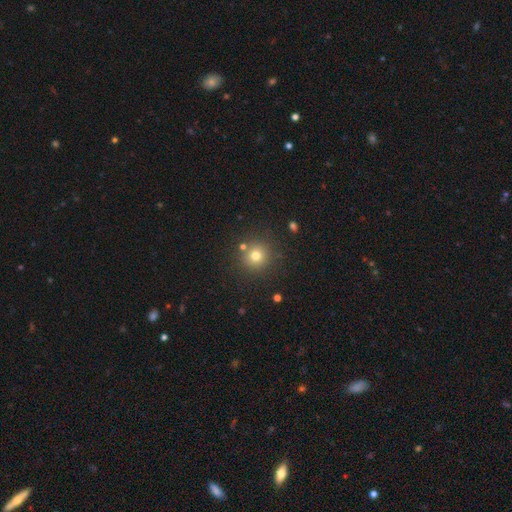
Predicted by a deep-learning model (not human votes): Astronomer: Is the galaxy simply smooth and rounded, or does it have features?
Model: smooth — 75%.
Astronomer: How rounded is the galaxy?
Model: round — 94%.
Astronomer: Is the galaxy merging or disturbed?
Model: none — 84%.